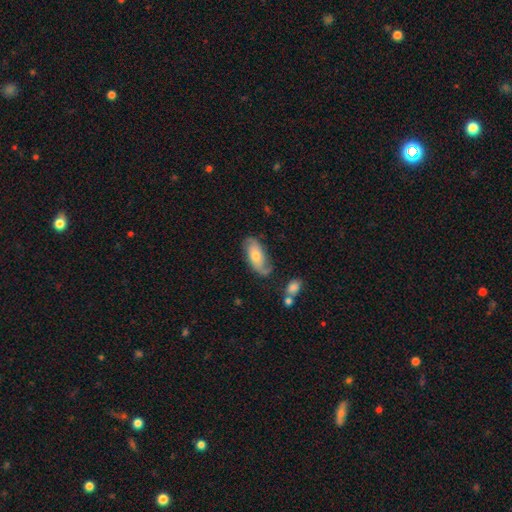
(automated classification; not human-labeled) Q: Smooth or featured?
A: featured or disk (51%); runner-up: smooth (42%)
Q: Edge-on disk?
A: no (89%); runner-up: yes (11%)
Q: Merging?
A: none (64%); runner-up: minor disturbance (23%)